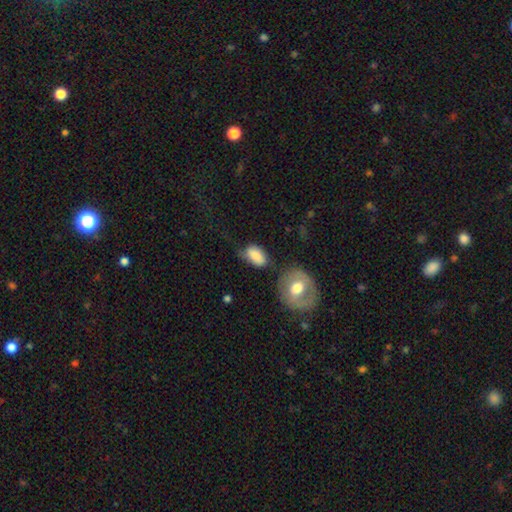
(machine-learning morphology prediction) Smooth or featured? Predicted: smooth (p=0.80). How rounded? Predicted: in between (p=0.89). Merging? Predicted: none (p=0.48).